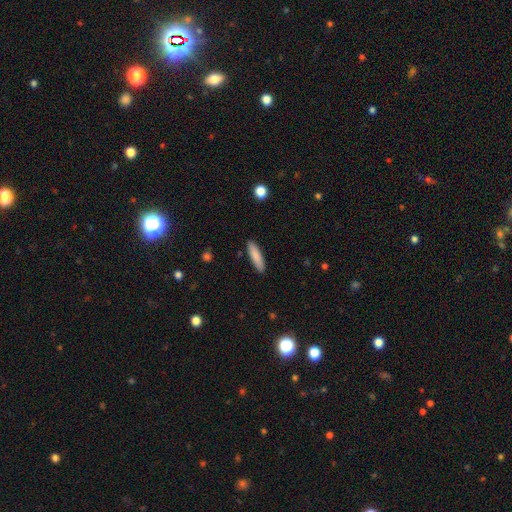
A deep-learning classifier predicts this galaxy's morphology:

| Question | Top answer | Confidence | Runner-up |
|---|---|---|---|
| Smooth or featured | smooth | 85% | featured or disk (9%) |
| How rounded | cigar-shaped | 76% | in between (23%) |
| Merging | none | 90% | minor disturbance (7%) |